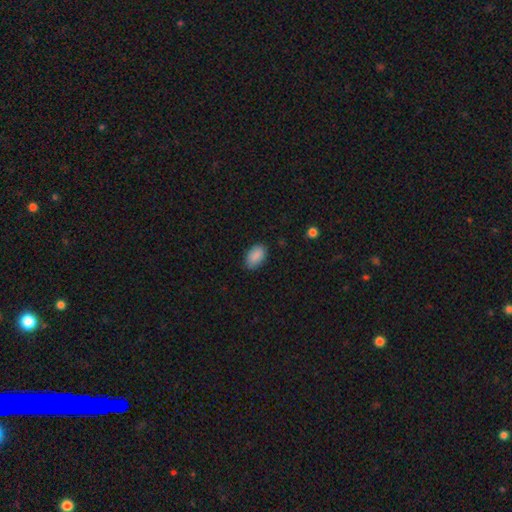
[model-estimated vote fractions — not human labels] smooth 89%, star or artifact 7%, featured or disk 4%. Down the decision tree: how rounded — in between (92%); merging — none (83%).